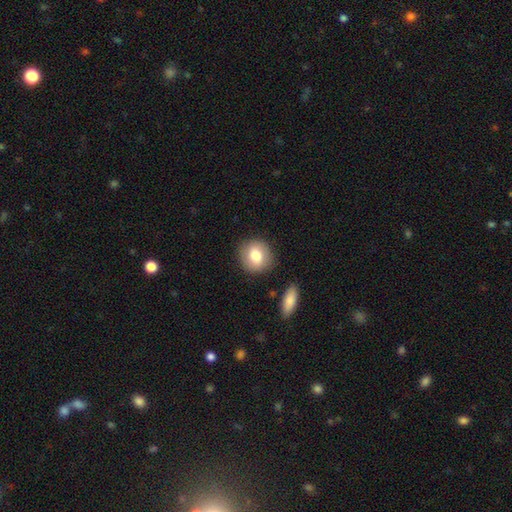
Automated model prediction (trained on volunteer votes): This is likely a smooth galaxy (78%). How rounded: likely round (79%). Merging: clearly none (85%).